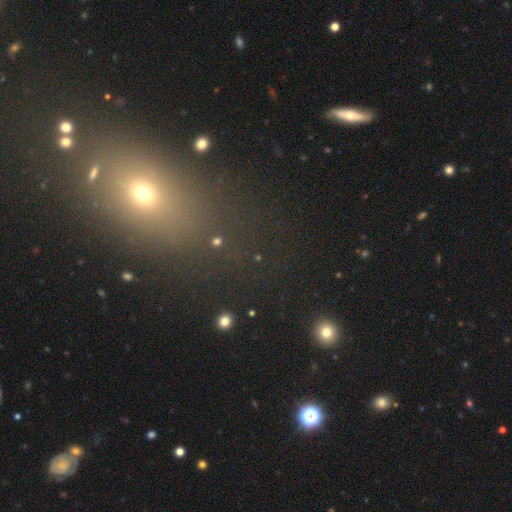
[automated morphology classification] Smooth or featured: smooth — 46% (star or artifact — 41%)
Merging: none — 78% (minor disturbance — 10%)